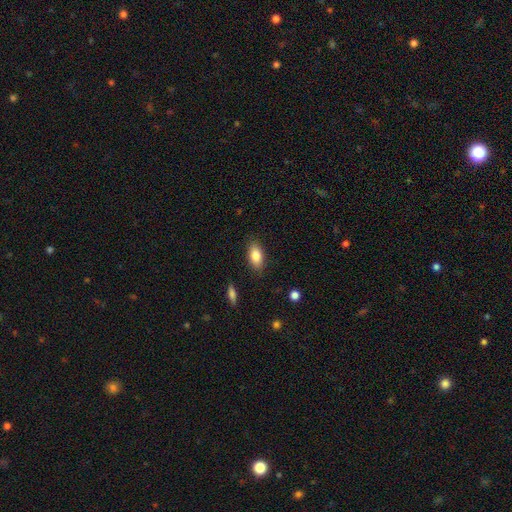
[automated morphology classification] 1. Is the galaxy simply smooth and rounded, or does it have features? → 83% smooth, 10% featured or disk, 7% star or artifact.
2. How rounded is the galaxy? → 89% in between, 7% cigar-shaped, 5% round.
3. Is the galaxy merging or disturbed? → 85% none, 11% minor disturbance, 2% major disturbance, 1% merger.